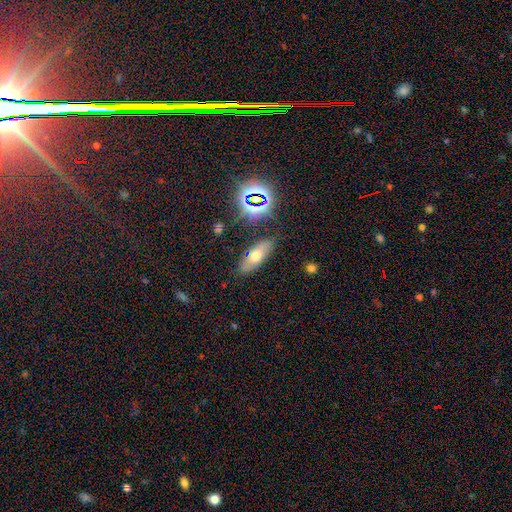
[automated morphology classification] A smooth galaxy with no disk features (58%) that is in between round and cigar-shaped (68%). Merging: none (82%).